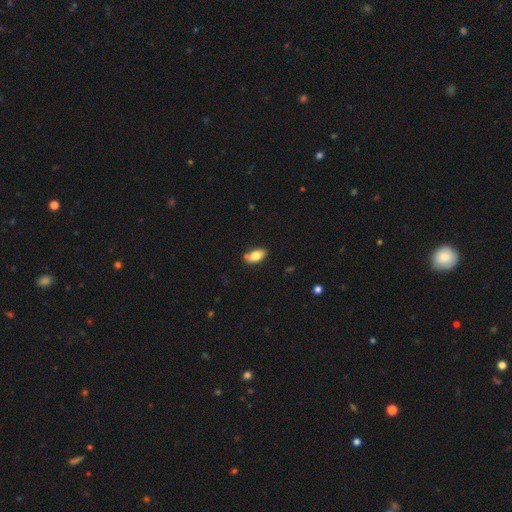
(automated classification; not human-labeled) This appears to be a smooth galaxy with no disk features (80%) that is in between round and cigar-shaped (92%). Merging: none (75%).